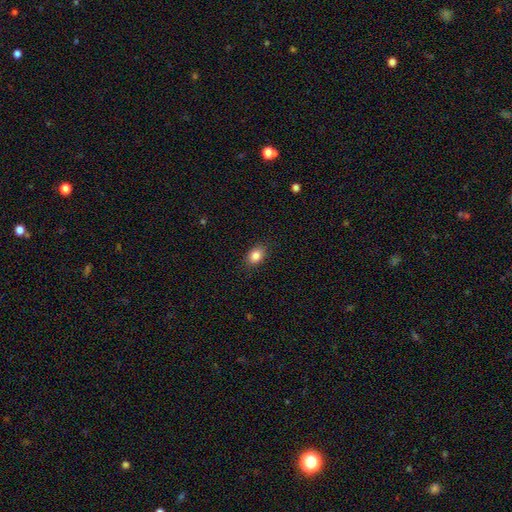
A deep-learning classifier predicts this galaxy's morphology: This is clearly a smooth galaxy (85%). How rounded: likely in between (68%). Merging: clearly none (86%).